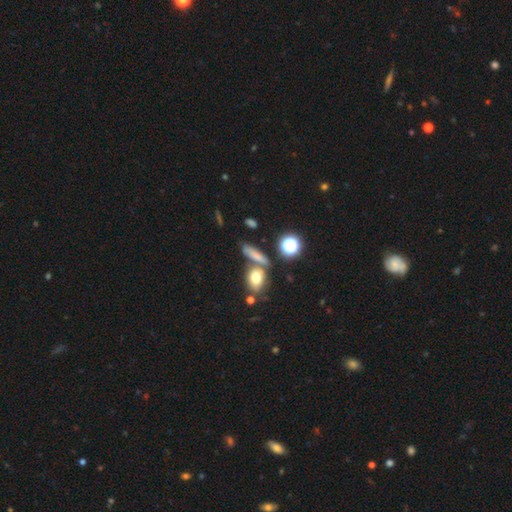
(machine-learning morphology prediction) Q: Smooth or featured?
A: smooth (67%); runner-up: featured or disk (17%)
Q: How rounded?
A: in between (41%); runner-up: cigar-shaped (36%)
Q: Merging?
A: none (62%); runner-up: merger (20%)